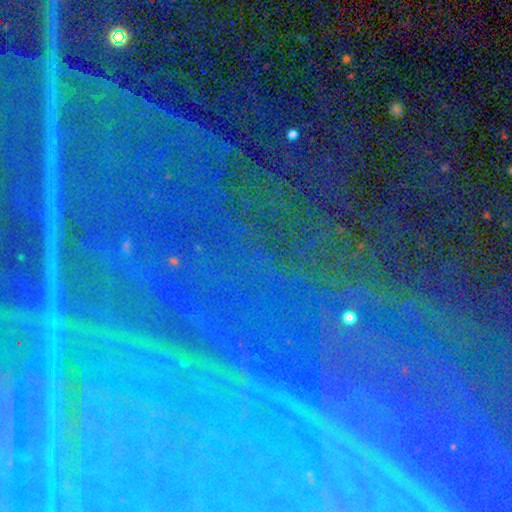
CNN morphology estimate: A star or artifact, not a galaxy (87%).

Vote fractions:
- Smooth or featured? star or artifact: 87% / featured or disk: 8% / smooth: 6%